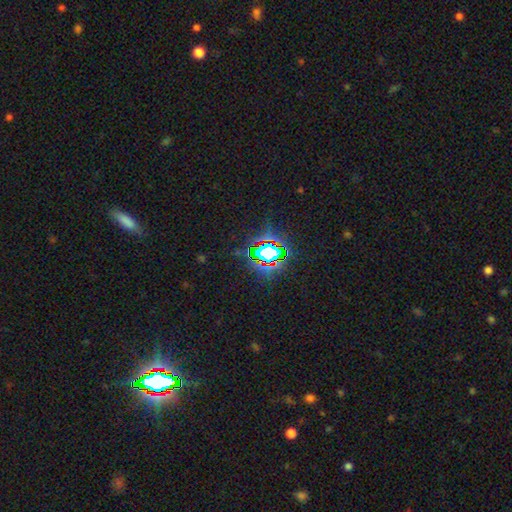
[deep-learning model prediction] The model was most divided on "smooth or featured": star or artifact: 81%, smooth: 12%, featured or disk: 8%.